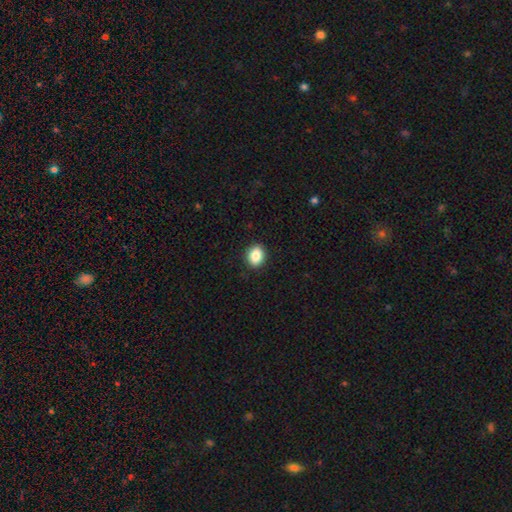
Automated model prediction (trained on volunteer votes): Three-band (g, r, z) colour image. It shows a smooth galaxy with no disk features (87%) that is in between round and cigar-shaped (57%). Merging: none (90%).